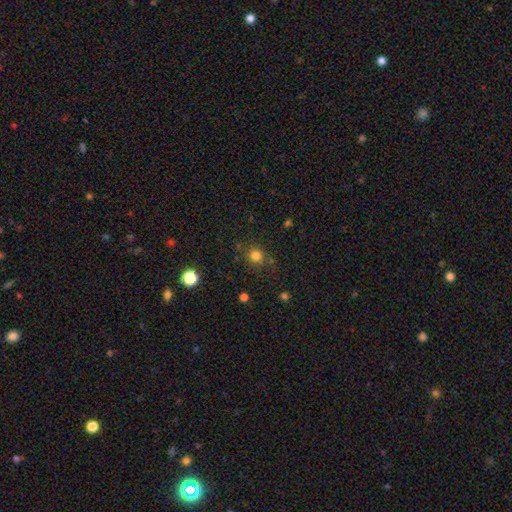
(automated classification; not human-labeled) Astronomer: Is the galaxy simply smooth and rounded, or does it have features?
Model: smooth — 79%.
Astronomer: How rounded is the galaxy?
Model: round — 87%.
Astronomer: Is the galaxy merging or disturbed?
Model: none — 80%.